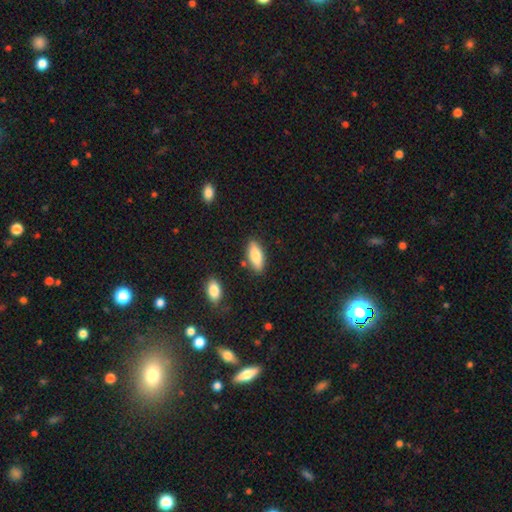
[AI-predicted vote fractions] This appears to be a smooth galaxy with no disk features (78%) that is in between round and cigar-shaped (73%). Merging: none (82%).